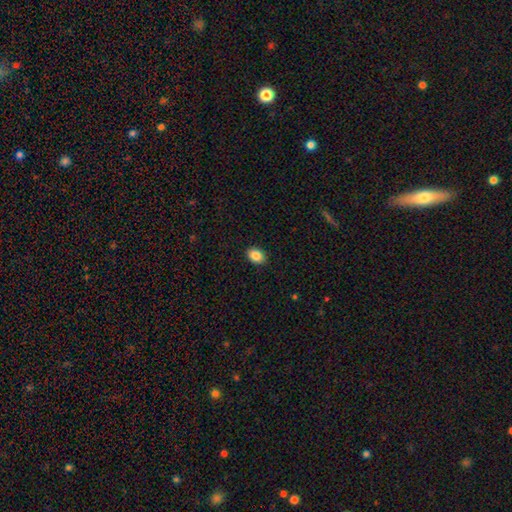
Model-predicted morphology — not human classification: Q: Smooth or featured?
A: smooth (87%); runner-up: star or artifact (8%)
Q: How rounded?
A: in between (74%); runner-up: round (25%)
Q: Merging?
A: none (90%); runner-up: minor disturbance (7%)